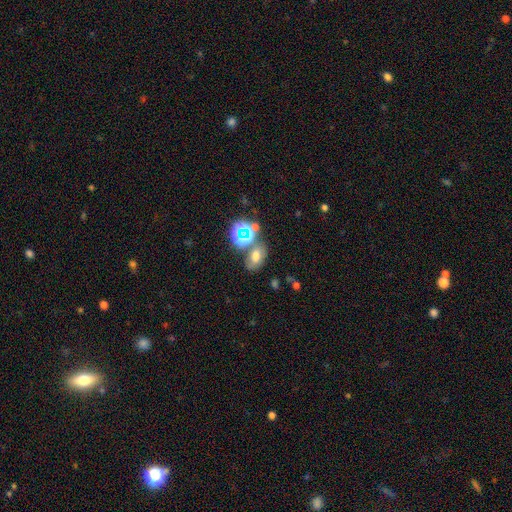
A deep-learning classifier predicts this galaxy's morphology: Overall: smooth (58%; star or artifact 26%). How rounded: in between (76%). Merging: none (58%; merger 22%).